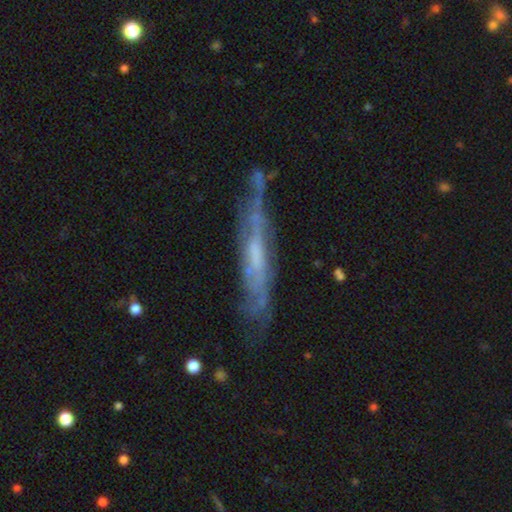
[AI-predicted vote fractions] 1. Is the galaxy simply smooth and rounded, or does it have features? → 71% featured or disk, 22% smooth, 7% star or artifact.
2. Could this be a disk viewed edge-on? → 60% yes, 40% no.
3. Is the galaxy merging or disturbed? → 58% none, 26% minor disturbance, 12% major disturbance, 4% merger.